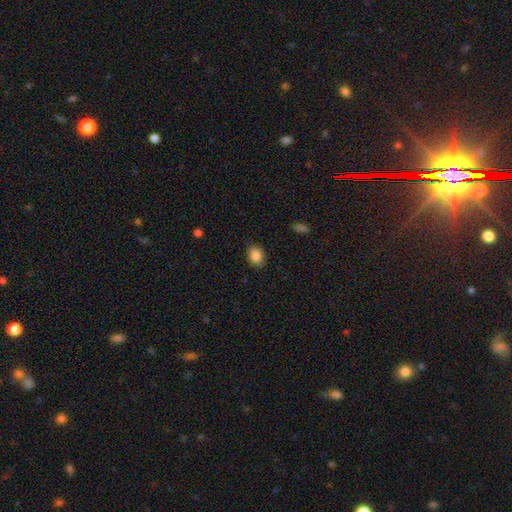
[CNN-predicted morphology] Smooth or featured: smooth — 87% (star or artifact — 9%)
How rounded: in between — 61% (round — 38%)
Merging: none — 88% (minor disturbance — 9%)